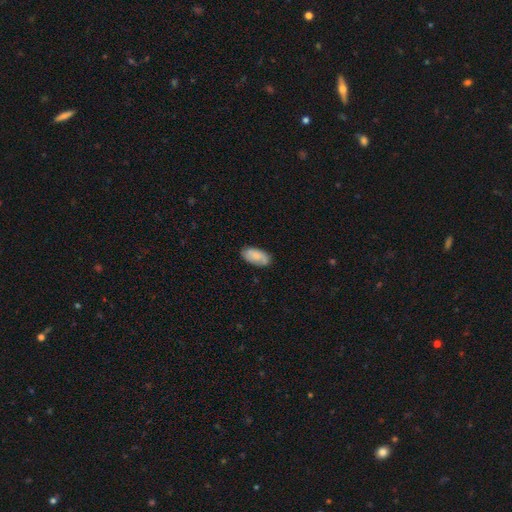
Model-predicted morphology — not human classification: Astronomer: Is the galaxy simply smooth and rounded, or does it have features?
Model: smooth — 75%.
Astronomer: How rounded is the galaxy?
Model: in between — 94%.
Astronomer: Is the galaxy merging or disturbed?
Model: none — 80%.